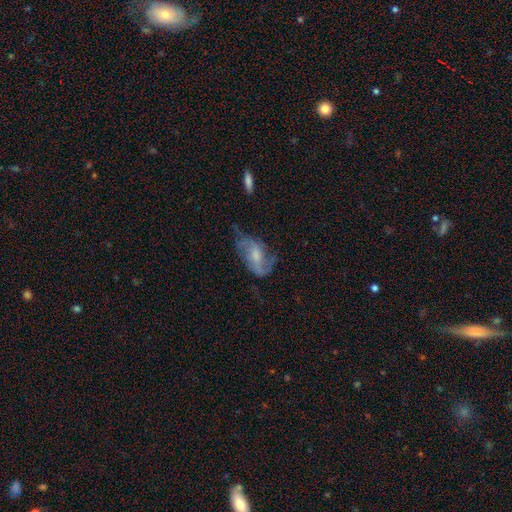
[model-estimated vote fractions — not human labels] The model was most divided on "bar": no: 46%, weak: 43%, strong: 11%. Remaining: edge-on disk — no (95%); spiral arms — yes (85%); spiral arm count — 2 (74%); smooth or featured — featured or disk (69%); spiral winding — loose (50%); merging — none (46%); bulge size — moderate (40%).